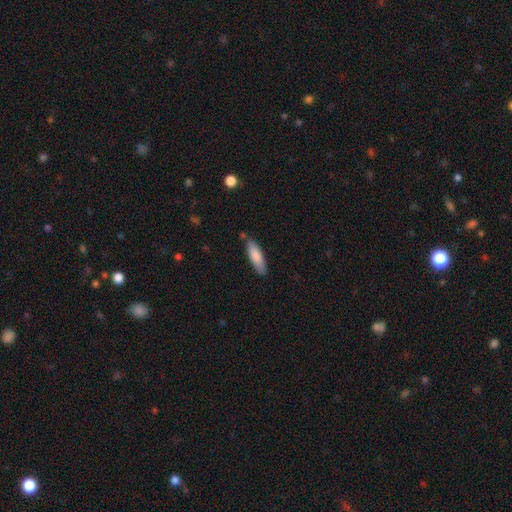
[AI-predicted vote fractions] A smooth galaxy with no disk features (83%) that is cigar-shaped (52%).

Vote fractions:
- Smooth or featured? smooth: 83% / featured or disk: 11% / star or artifact: 6%
- How rounded? cigar-shaped: 52% / in between: 46% / round: 1%
- Merging? none: 79% / minor disturbance: 15% / merger: 4% / major disturbance: 3%